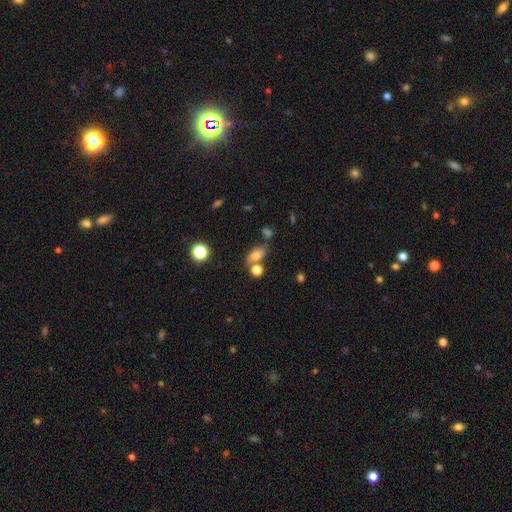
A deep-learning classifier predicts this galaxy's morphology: Smooth or featured? Predicted: smooth (p=0.71). How rounded? Predicted: in between (p=0.77). Merging? Predicted: none (p=0.57).